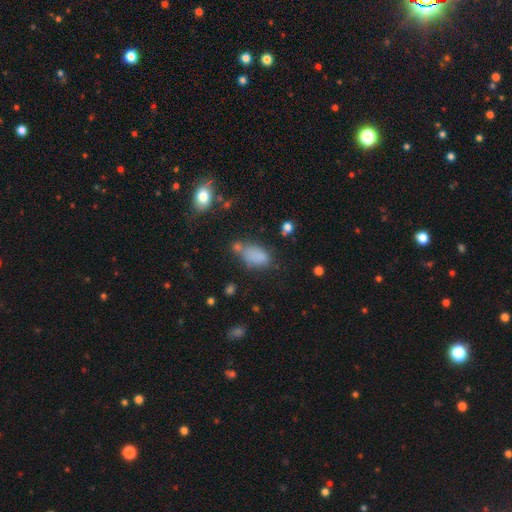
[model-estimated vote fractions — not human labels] Morphology: type=smooth (77%); roundness=in between (89%); merging=none (43%).